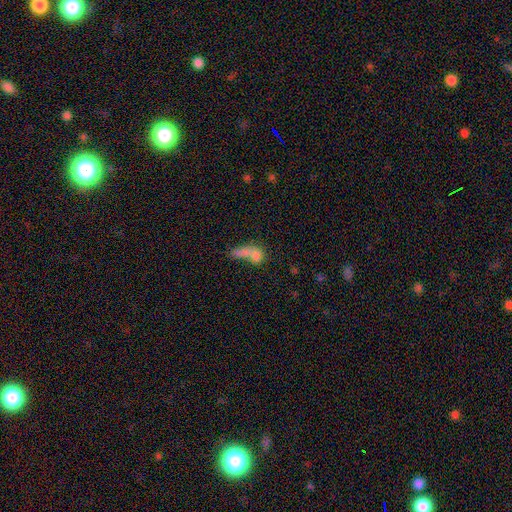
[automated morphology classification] Smooth or featured?
  - smooth: 66% *
  - featured or disk: 20%
  - star or artifact: 14%
How rounded?
  - in between: 49% *
  - round: 30%
  - cigar-shaped: 21%
Merging?
  - merger: 49% *
  - none: 24%
  - major disturbance: 17%
  - minor disturbance: 11%